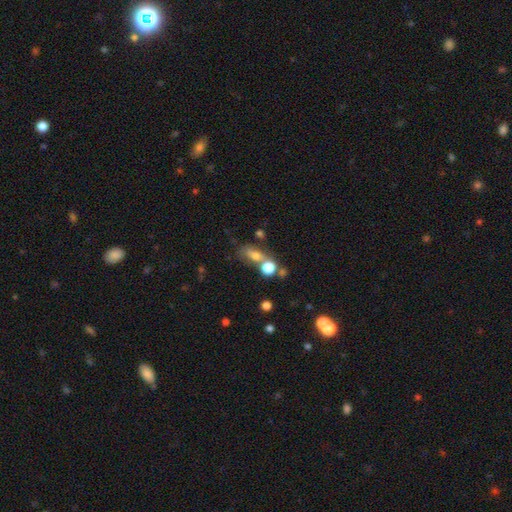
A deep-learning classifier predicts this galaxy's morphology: type=smooth (70%); roundness=in between (64%); merging=none (41%).